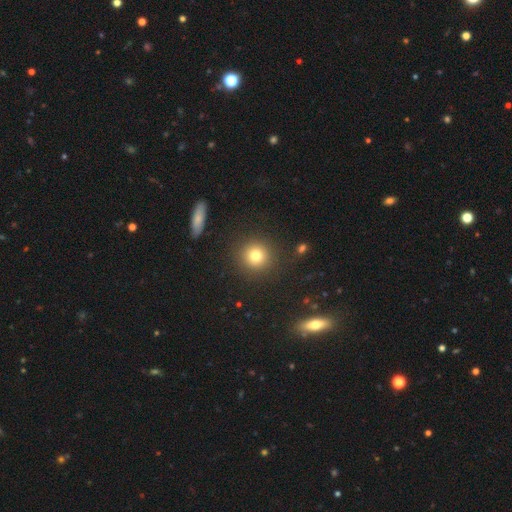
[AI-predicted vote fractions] The model was most divided on "smooth or featured": smooth: 79%, star or artifact: 13%, featured or disk: 8%. More confident: how rounded — round (94%); merging — none (90%).